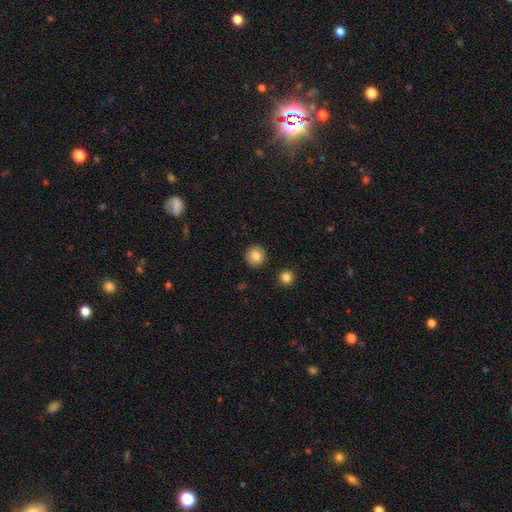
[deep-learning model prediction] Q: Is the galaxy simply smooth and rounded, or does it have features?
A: smooth — 85%.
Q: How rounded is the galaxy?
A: round — 90%.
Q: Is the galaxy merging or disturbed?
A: none — 91%.